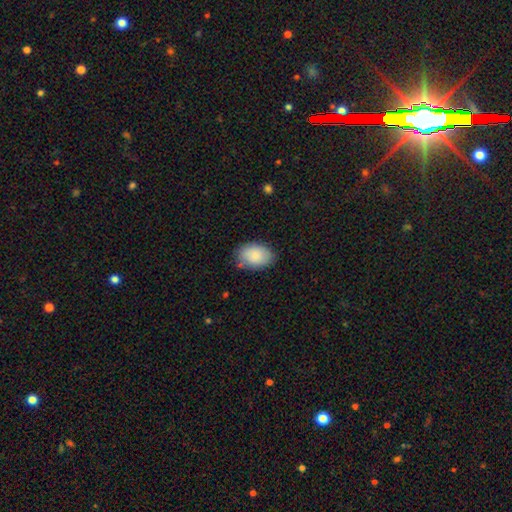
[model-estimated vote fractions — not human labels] Morphology: type=smooth (87%); roundness=in between (87%); merging=none (79%).